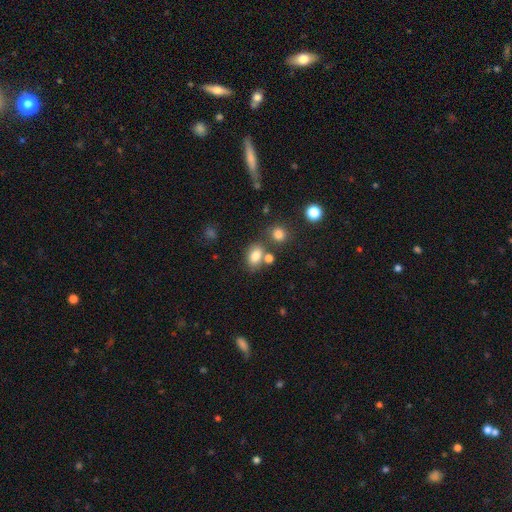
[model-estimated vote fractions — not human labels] The model was most divided on "merging": none: 60%, merger: 21%, minor disturbance: 14%, major disturbance: 5%. More confident: smooth or featured — smooth (80%); how rounded — in between (78%).